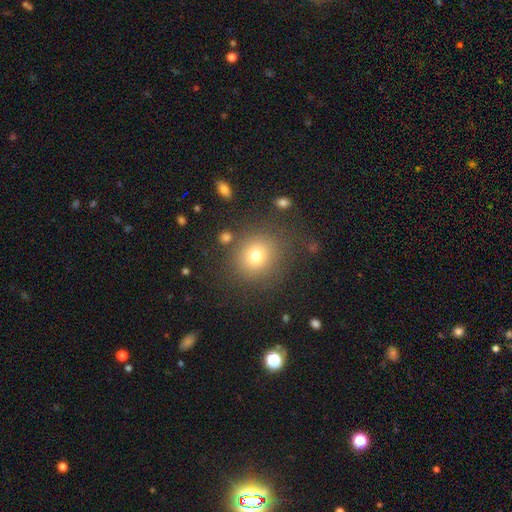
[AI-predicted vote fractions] Q: Smooth or featured?
A: smooth (74%); runner-up: star or artifact (15%)
Q: How rounded?
A: round (82%); runner-up: in between (17%)
Q: Merging?
A: none (82%); runner-up: minor disturbance (10%)